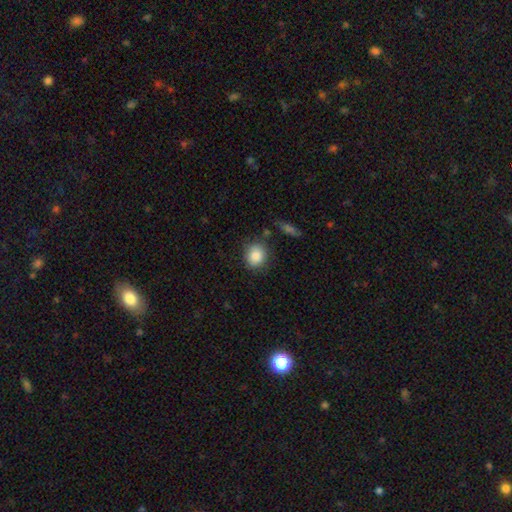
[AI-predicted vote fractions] The model was most divided on "how rounded": round: 72%, in between: 27%, cigar-shaped: 1%. More confident: smooth or featured — smooth (86%); merging — none (77%).